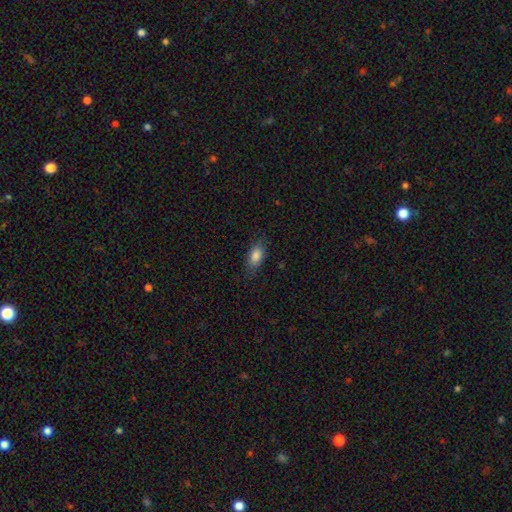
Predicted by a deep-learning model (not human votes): smooth_or_featured: smooth (p=0.86) [alt: star or artifact p=0.07]
how_rounded: in between (p=0.88) [alt: cigar-shaped p=0.08]
merging: none (p=0.80) [alt: minor disturbance p=0.15]